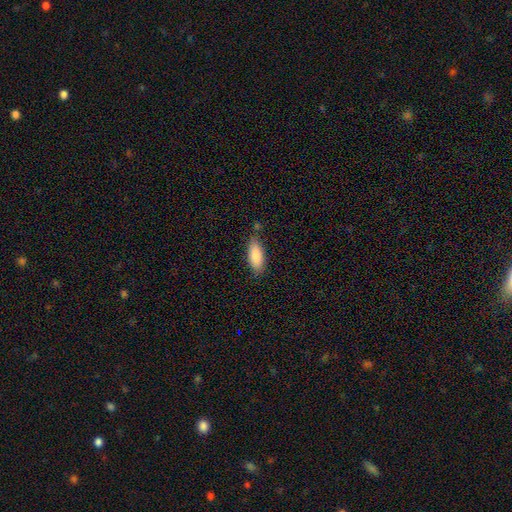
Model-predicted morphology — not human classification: This appears to be a smooth galaxy with no disk features (88%) that is in between round and cigar-shaped (78%). Merging: none (76%).